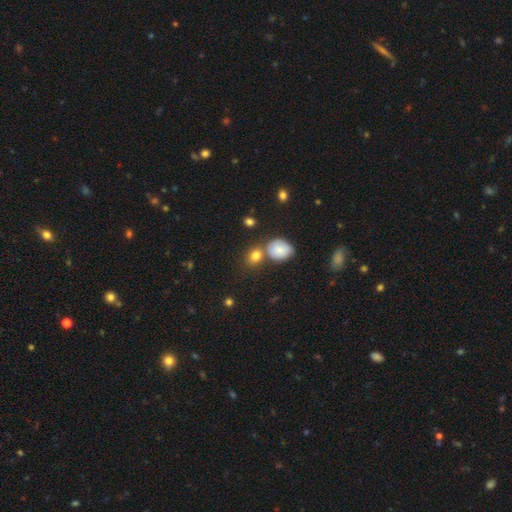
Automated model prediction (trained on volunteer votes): The model was most divided on "how rounded": round: 54%, in between: 45%, cigar-shaped: 2%. More confident: smooth or featured — smooth (81%); merging — none (59%).